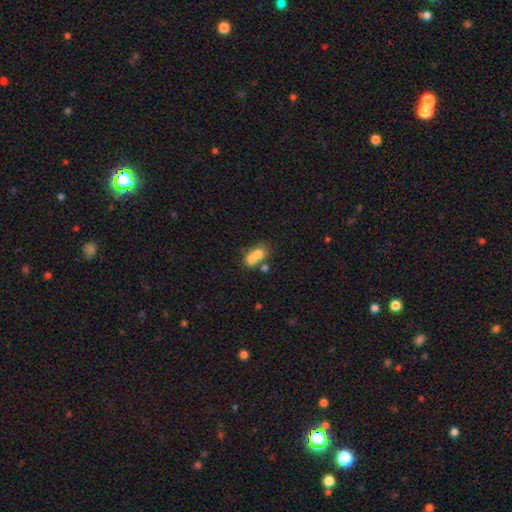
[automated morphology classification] Smooth or featured? Predicted: smooth (p=0.67). How rounded? Predicted: round (p=0.51). Merging? Predicted: merger (p=0.63).